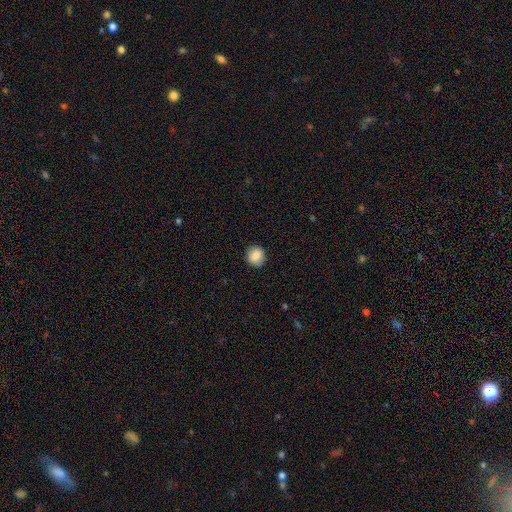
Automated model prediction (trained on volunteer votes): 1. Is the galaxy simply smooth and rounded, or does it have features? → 86% smooth, 8% star or artifact, 5% featured or disk.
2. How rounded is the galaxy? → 85% round, 14% in between, 1% cigar-shaped.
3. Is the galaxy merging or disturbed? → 89% none, 8% minor disturbance, 2% major disturbance, 1% merger.